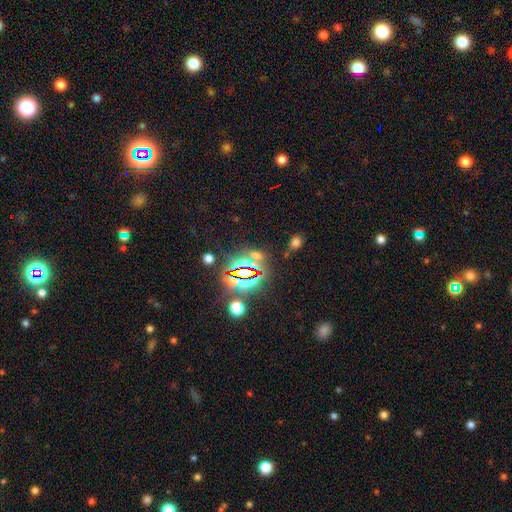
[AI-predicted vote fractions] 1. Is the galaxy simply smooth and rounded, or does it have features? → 64% star or artifact, 27% smooth, 10% featured or disk.